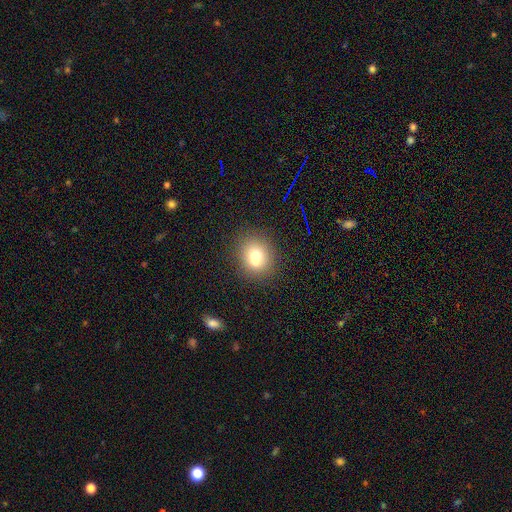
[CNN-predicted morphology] Overall: smooth (72%). How rounded: round (68%; in between 31%). Merging: none (62%).